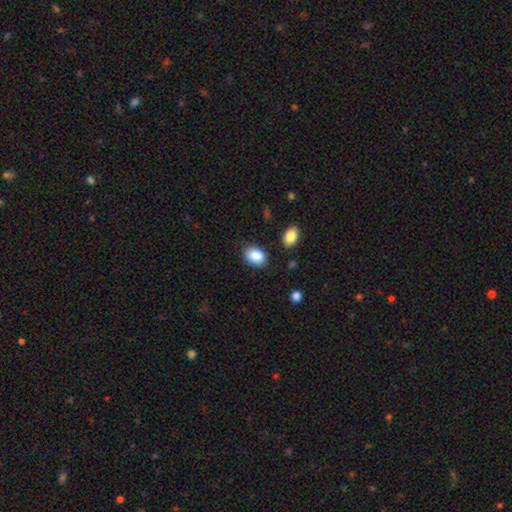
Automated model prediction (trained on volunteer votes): smooth-or-featured: smooth: 88% | star or artifact: 7% | featured or disk: 5%
  how-rounded: in between: 80% | round: 19% | cigar-shaped: 1%
  merging: none: 83% | minor disturbance: 11% | major disturbance: 3% | merger: 3%